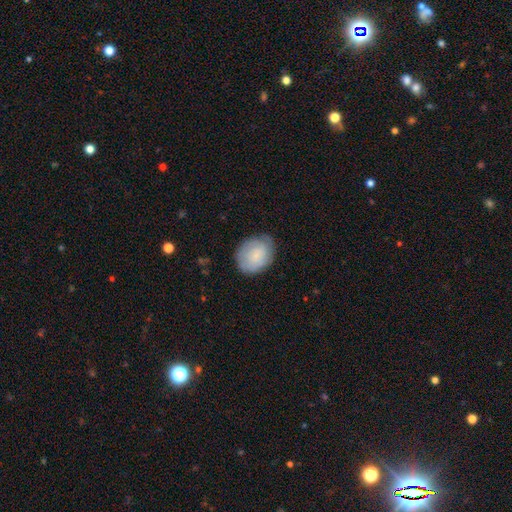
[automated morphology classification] Smooth or featured? Predicted: smooth (p=0.68). How rounded? Predicted: in between (p=0.59). Merging? Predicted: none (p=0.70).